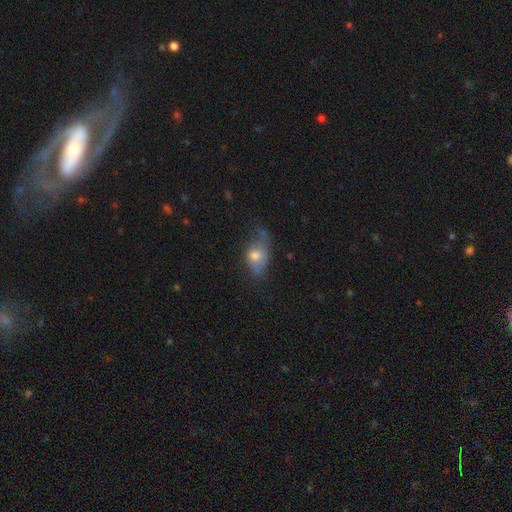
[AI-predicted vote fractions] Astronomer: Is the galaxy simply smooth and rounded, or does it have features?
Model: smooth — 54% (runner-up: featured or disk, 35%).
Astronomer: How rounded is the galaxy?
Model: in between — 77%.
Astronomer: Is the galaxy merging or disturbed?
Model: none — 41% (runner-up: minor disturbance, 33%).